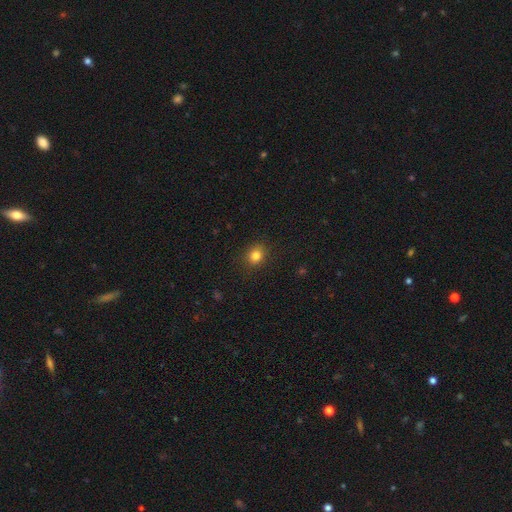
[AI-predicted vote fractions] Q: Smooth or featured?
A: smooth (82%); runner-up: star or artifact (12%)
Q: How rounded?
A: round (69%); runner-up: in between (30%)
Q: Merging?
A: none (89%); runner-up: minor disturbance (8%)